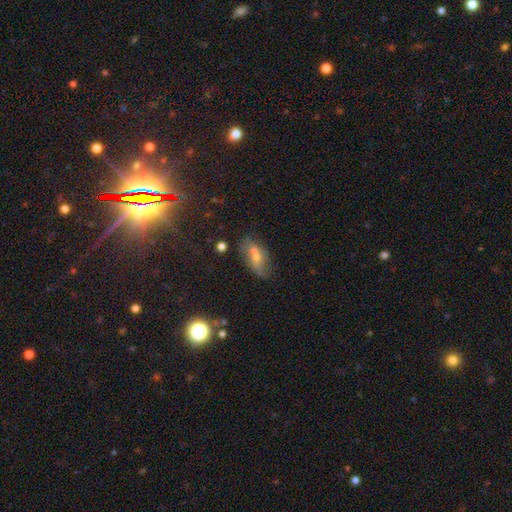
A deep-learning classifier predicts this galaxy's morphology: This is possibly a smooth galaxy (59%). How rounded: clearly in between (82%). Merging: marginally merger (39%).